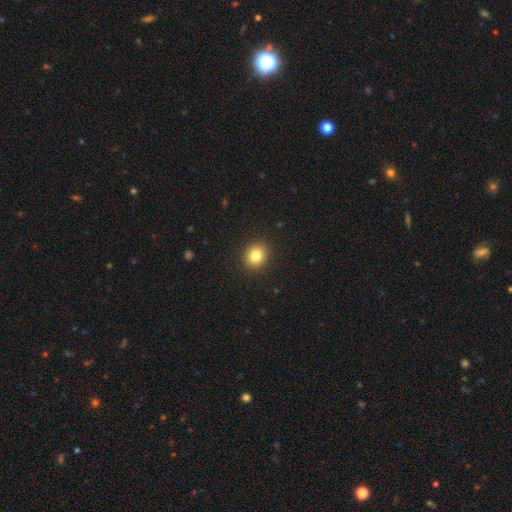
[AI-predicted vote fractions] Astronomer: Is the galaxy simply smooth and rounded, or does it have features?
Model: smooth — 82%.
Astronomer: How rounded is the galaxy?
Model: round — 79%.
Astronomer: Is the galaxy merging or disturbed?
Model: none — 91%.